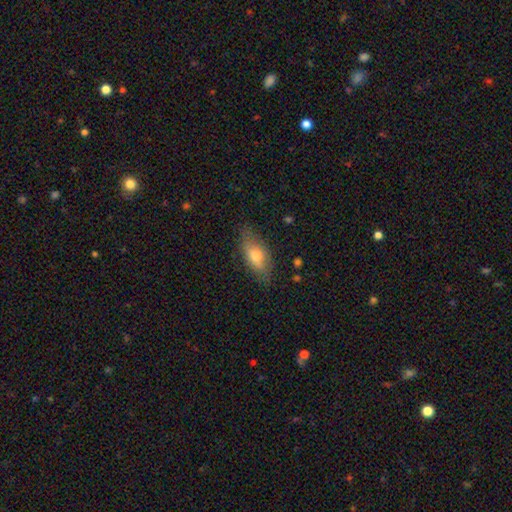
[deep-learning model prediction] A smooth galaxy with no disk features (66%) that is in between round and cigar-shaped (78%). Merging: none (78%).